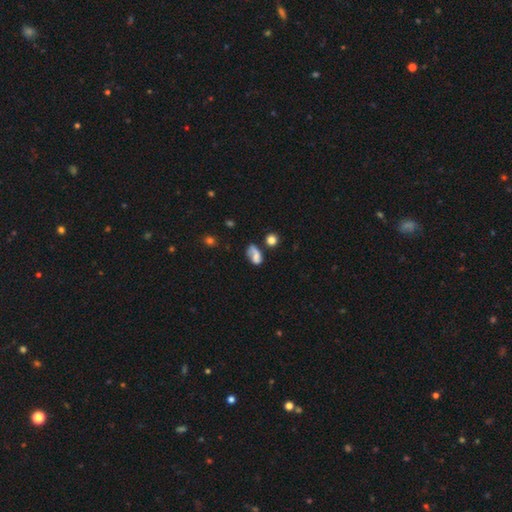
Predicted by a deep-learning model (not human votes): Smooth or featured?
  - smooth: 61% *
  - featured or disk: 27%
  - star or artifact: 13%
How rounded?
  - in between: 81% *
  - round: 15%
  - cigar-shaped: 4%
Merging?
  - none: 38% *
  - minor disturbance: 25%
  - major disturbance: 22%
  - merger: 15%